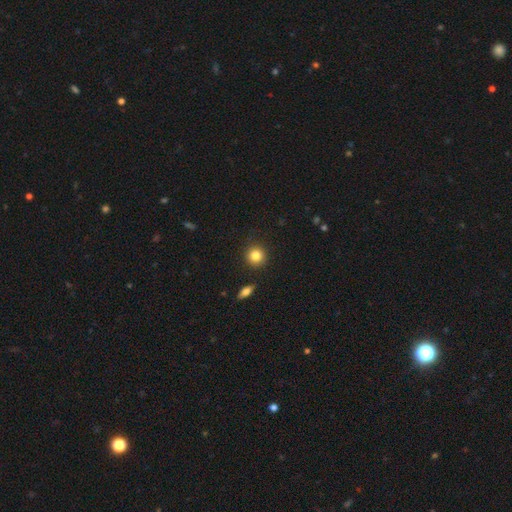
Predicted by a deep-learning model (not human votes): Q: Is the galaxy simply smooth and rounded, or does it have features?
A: smooth — 84%.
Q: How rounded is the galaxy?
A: round — 91%.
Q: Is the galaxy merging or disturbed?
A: none — 90%.